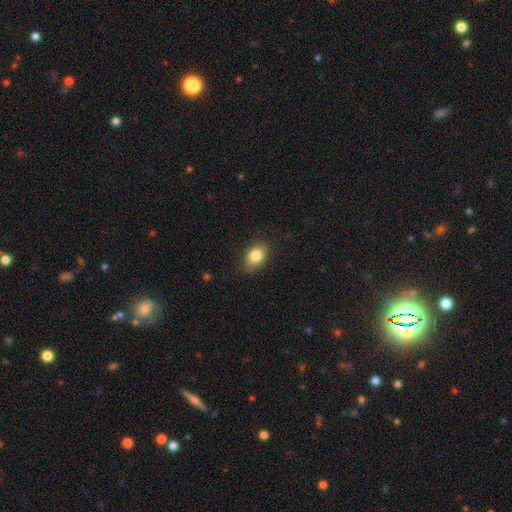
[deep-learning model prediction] Q: Smooth or featured?
A: smooth (83%); runner-up: featured or disk (9%)
Q: How rounded?
A: in between (78%); runner-up: round (20%)
Q: Merging?
A: none (82%); runner-up: minor disturbance (14%)